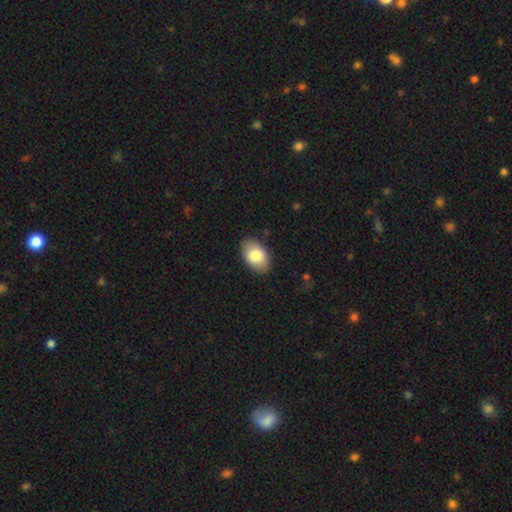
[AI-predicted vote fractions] smooth-or-featured: smooth: 83% | featured or disk: 11% | star or artifact: 6%
  how-rounded: in between: 91% | round: 7% | cigar-shaped: 1%
  merging: none: 87% | minor disturbance: 10% | major disturbance: 2% | merger: 1%